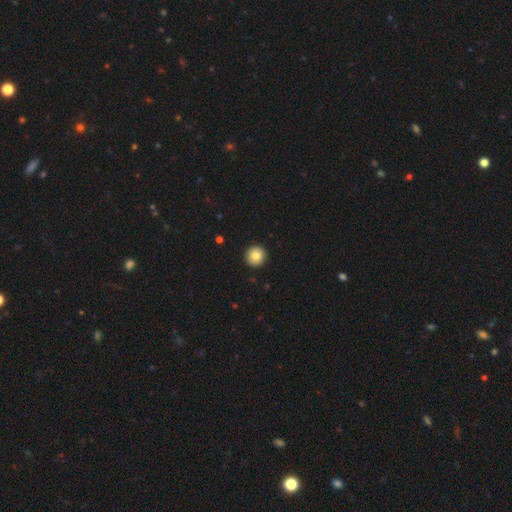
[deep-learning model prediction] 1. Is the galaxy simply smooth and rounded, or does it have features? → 82% smooth, 10% featured or disk, 9% star or artifact.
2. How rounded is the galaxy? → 95% round, 4% in between, 1% cigar-shaped.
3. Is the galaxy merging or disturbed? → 93% none, 4% minor disturbance, 1% major disturbance, 1% merger.